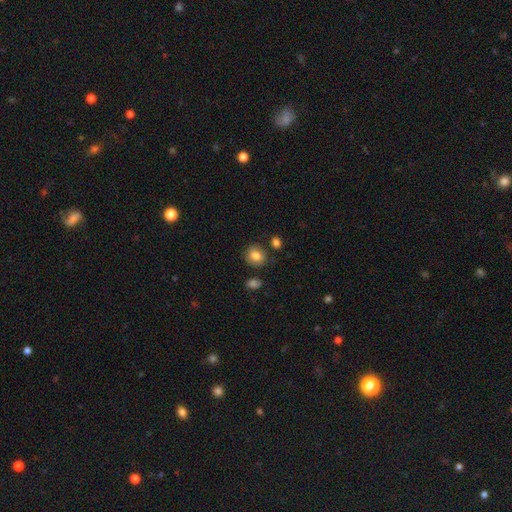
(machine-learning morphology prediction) The model was most divided on "how rounded": round: 71%, in between: 28%, cigar-shaped: 1%. More confident: smooth or featured — smooth (82%); merging — none (79%).